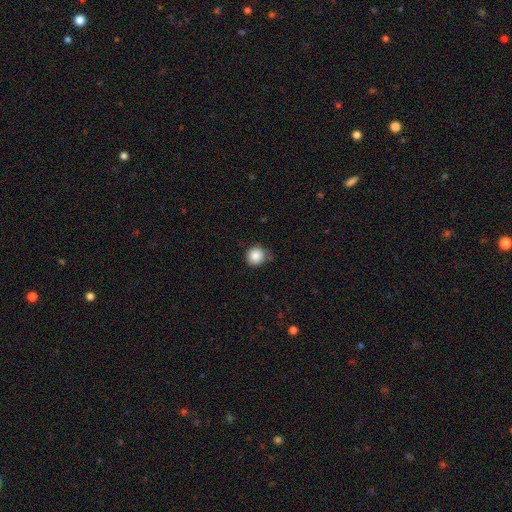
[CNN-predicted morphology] This appears to be a smooth galaxy with no disk features (87%) that is round (92%). Merging: none (78%).